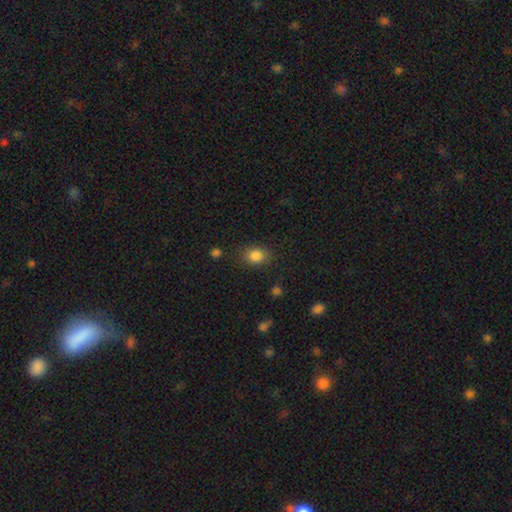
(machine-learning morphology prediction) type=smooth (85%); roundness=in between (56%); merging=none (79%).